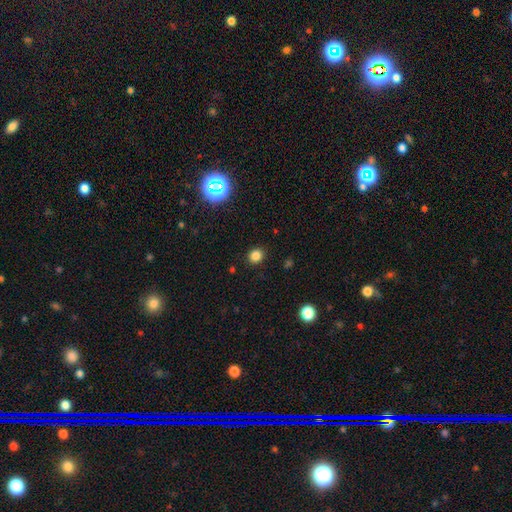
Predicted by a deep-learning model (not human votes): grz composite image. It shows a smooth galaxy with no disk features (82%) that is round (79%). Merging: none (90%).